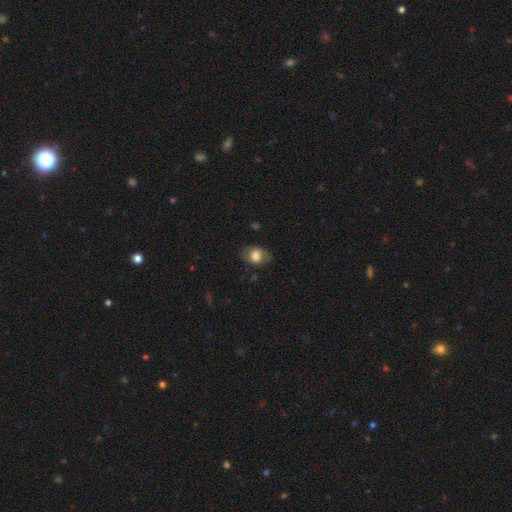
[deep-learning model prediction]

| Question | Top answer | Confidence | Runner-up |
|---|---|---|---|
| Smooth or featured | smooth | 69% | featured or disk (23%) |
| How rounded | in between | 68% | round (31%) |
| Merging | none | 72% | minor disturbance (19%) |